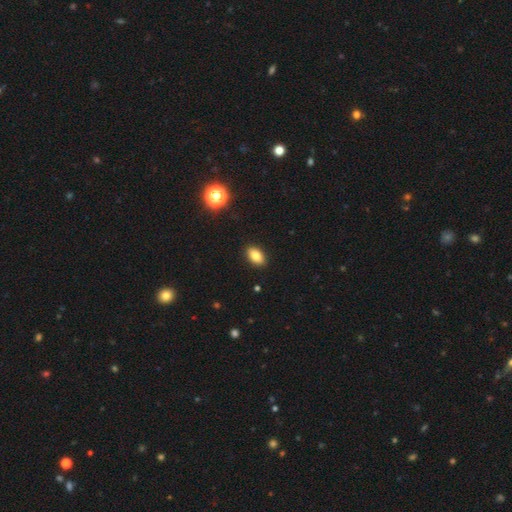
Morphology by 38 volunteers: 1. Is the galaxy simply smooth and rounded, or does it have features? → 89% smooth, 8% star or artifact, 3% featured or disk.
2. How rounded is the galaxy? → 85% in between, 15% round, 0% cigar-shaped.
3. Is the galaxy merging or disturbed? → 86% none, 11% minor disturbance, 3% merger, 0% major disturbance.